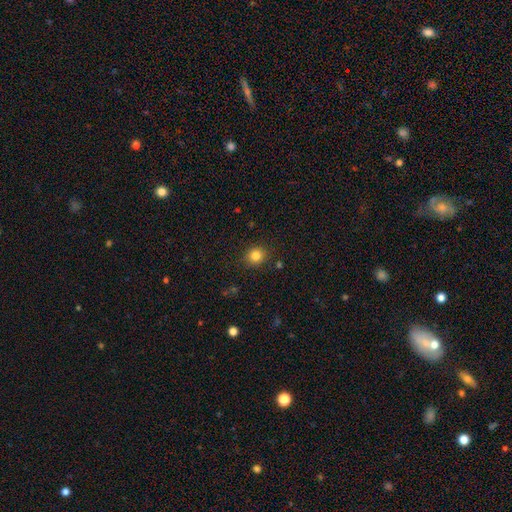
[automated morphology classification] A smooth galaxy with no disk features (83%) that is round (83%).

Vote fractions:
- Smooth or featured? smooth: 83% / star or artifact: 12% / featured or disk: 5%
- How rounded? round: 83% / in between: 16% / cigar-shaped: 1%
- Merging? none: 89% / minor disturbance: 8% / major disturbance: 2% / merger: 1%